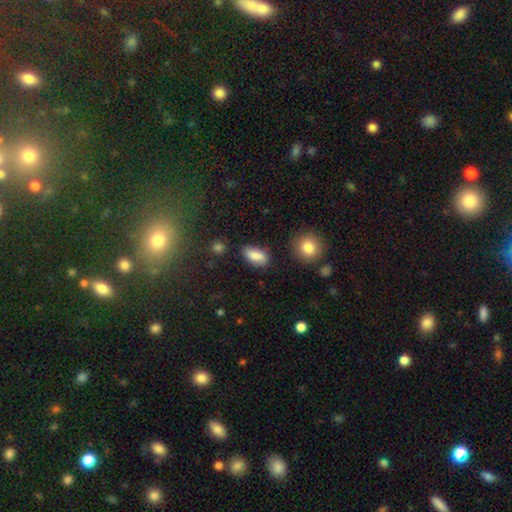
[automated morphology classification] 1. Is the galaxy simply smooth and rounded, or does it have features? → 83% smooth, 8% featured or disk, 8% star or artifact.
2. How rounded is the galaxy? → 89% in between, 6% cigar-shaped, 5% round.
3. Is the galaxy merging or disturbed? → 77% none, 16% minor disturbance, 4% major disturbance, 3% merger.